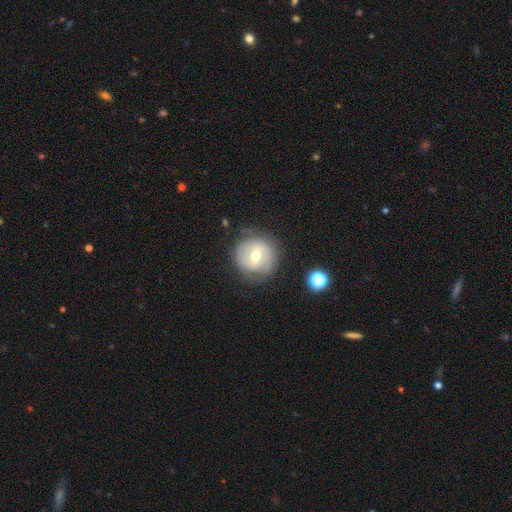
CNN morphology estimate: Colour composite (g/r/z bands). It shows a featured or disk galaxy (65%) with a weak bar (53%), spiral arms (73%) and a moderate central bulge (70%). Merging: none (76%).